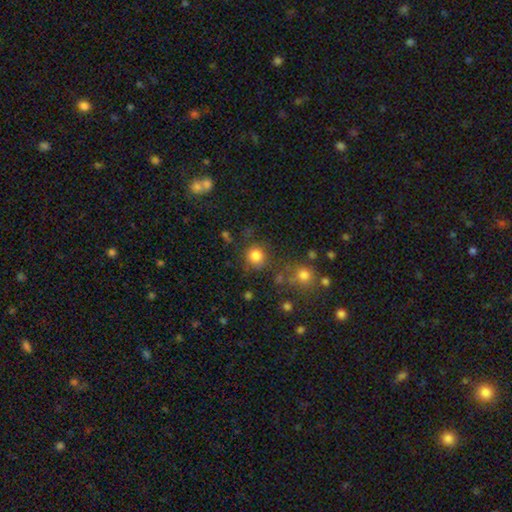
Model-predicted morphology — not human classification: This appears to be a smooth galaxy with no disk features (82%) that is round (91%). Merging: none (76%).